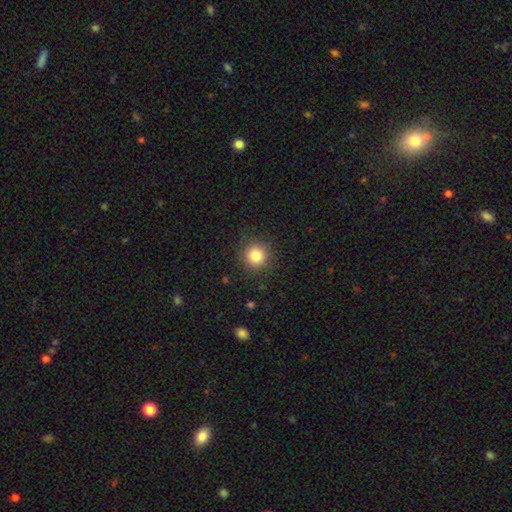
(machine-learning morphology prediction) Smooth or featured?
  - smooth: 82% *
  - star or artifact: 12%
  - featured or disk: 6%
How rounded?
  - round: 94% *
  - in between: 5%
  - cigar-shaped: 1%
Merging?
  - none: 89% *
  - minor disturbance: 7%
  - major disturbance: 3%
  - merger: 1%